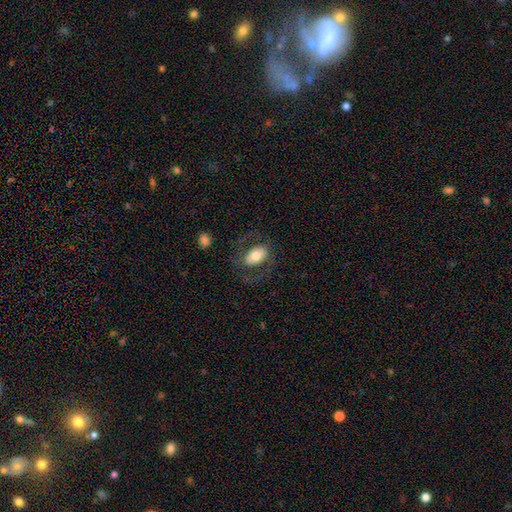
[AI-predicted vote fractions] Smooth or featured? smooth (58%)
How rounded? in between (88%)
Merging? none (67%)